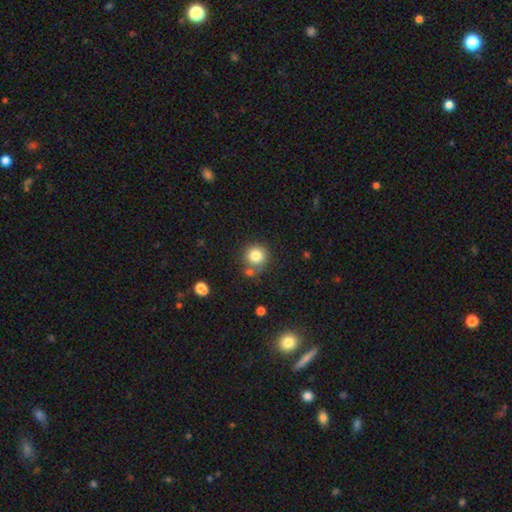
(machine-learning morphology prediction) A smooth galaxy with no disk features (82%) that is round (93%).

Vote fractions:
- Smooth or featured? smooth: 82% / star or artifact: 11% / featured or disk: 7%
- How rounded? round: 93% / in between: 6% / cigar-shaped: 1%
- Merging? none: 72% / merger: 14% / minor disturbance: 10% / major disturbance: 3%